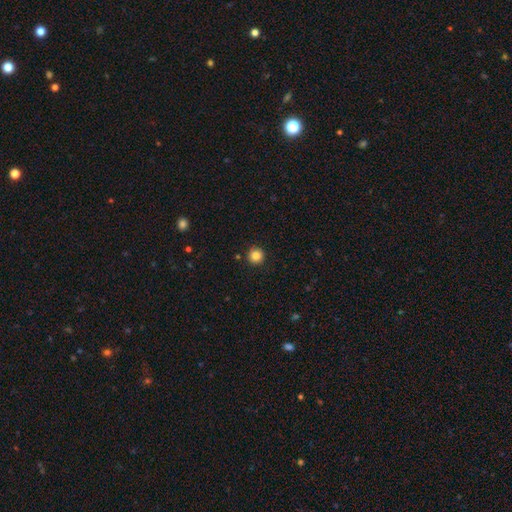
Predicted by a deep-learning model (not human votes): This appears to be a smooth galaxy with no disk features (84%) that is round (96%). Merging: none (92%).